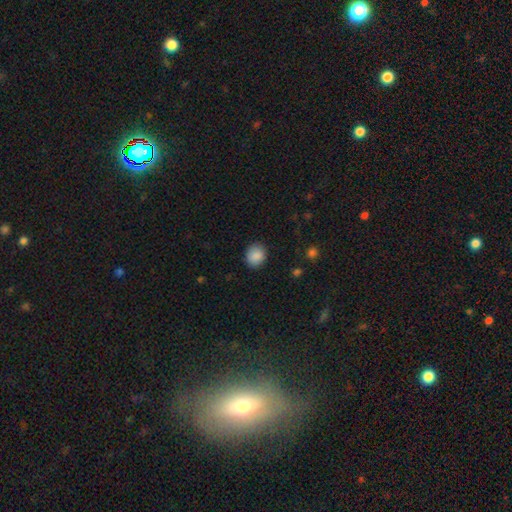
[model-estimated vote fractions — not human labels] smooth_or_featured: smooth (p=0.89) [alt: star or artifact p=0.08]
how_rounded: round (p=0.66) [alt: in between p=0.34]
merging: none (p=0.88) [alt: minor disturbance p=0.09]